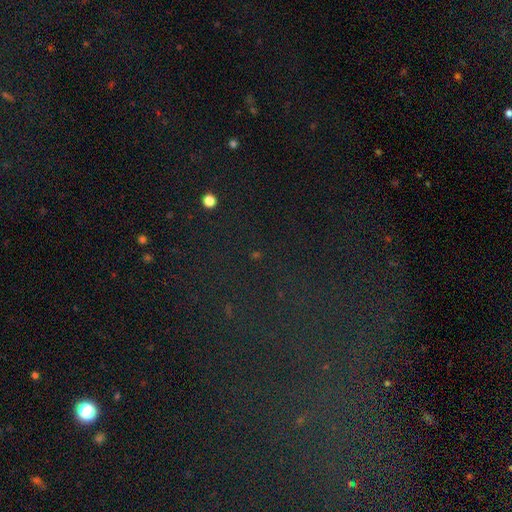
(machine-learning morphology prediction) Smooth or featured: star or artifact — 77% (smooth — 13%)